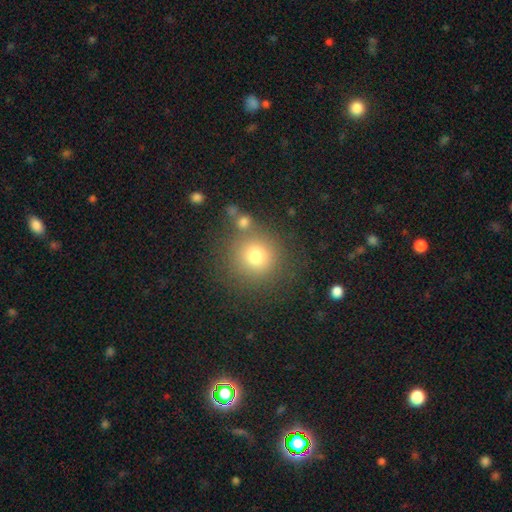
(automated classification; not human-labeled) Smooth or featured?
  - smooth: 75% *
  - star or artifact: 15%
  - featured or disk: 11%
How rounded?
  - round: 93% *
  - in between: 6%
  - cigar-shaped: 1%
Merging?
  - none: 77% *
  - minor disturbance: 10%
  - merger: 9%
  - major disturbance: 4%